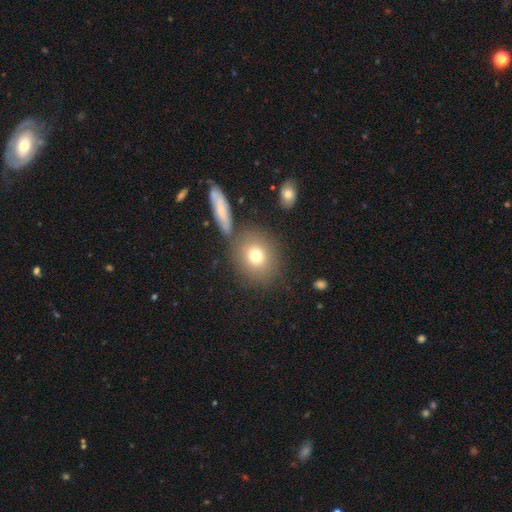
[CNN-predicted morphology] Overall: smooth (76%). How rounded: round (73%). Merging: none (74%).